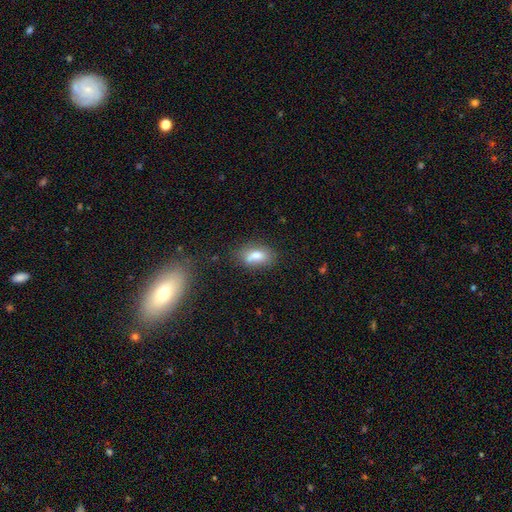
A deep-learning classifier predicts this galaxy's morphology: Smooth or featured: smooth — 74% (featured or disk — 16%)
How rounded: in between — 84% (round — 11%)
Merging: none — 57% (minor disturbance — 19%)